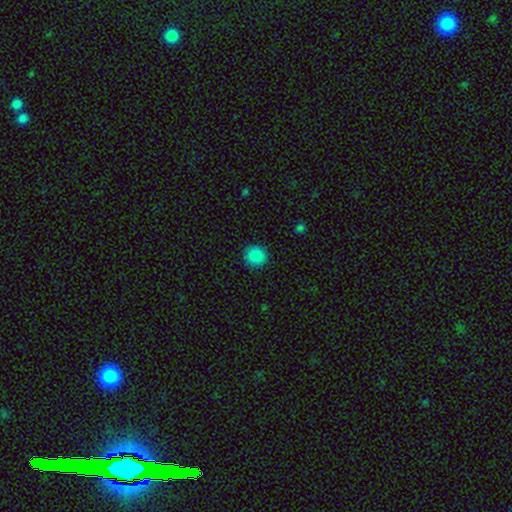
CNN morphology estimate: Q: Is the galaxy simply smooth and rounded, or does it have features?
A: smooth — 89%.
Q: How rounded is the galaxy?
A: round — 93%.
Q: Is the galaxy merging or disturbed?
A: none — 92%.